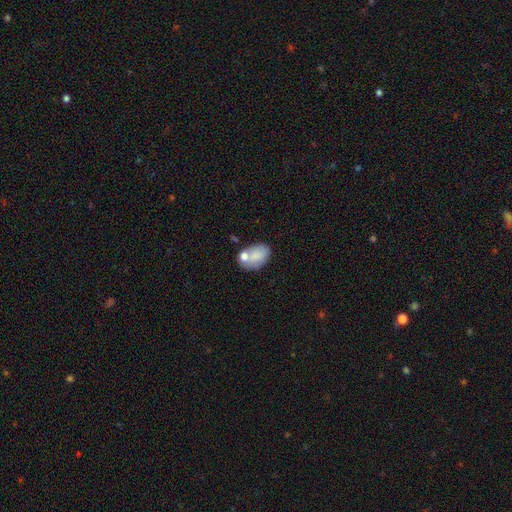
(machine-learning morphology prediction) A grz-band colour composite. It shows a smooth galaxy with no disk features (76%) that is in between round and cigar-shaped (83%). Merging: none (51%).